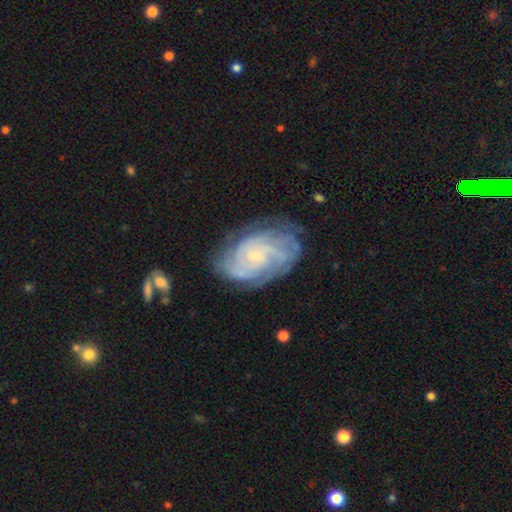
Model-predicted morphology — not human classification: This is clearly a featured or disk galaxy (84%). It is clearly not viewed edge-on (97%). Bar: likely no (71%). Spiral arm pattern: clearly yes (95%). Spiral arm count: marginally can't tell (32%). Spiral winding: likely tight (65%). Central bulge: likely small (78%). Merging: likely none (70%).